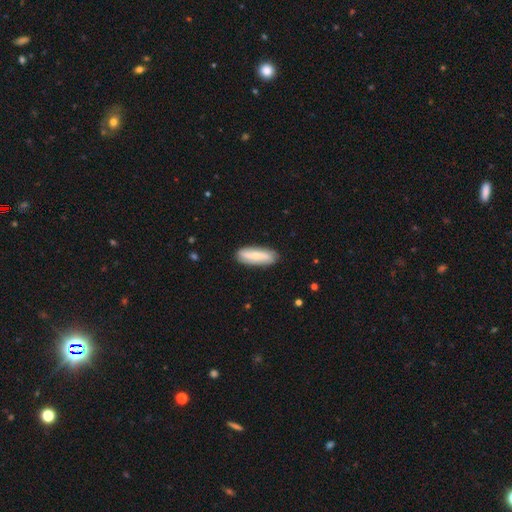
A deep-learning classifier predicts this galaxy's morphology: A smooth galaxy with no disk features (56%) that is in between round and cigar-shaped (53%).

Vote fractions:
- Smooth or featured? smooth: 56% / featured or disk: 38% / star or artifact: 6%
- How rounded? in between: 53% / cigar-shaped: 45% / round: 2%
- Merging? none: 86% / minor disturbance: 11% / major disturbance: 2% / merger: 1%